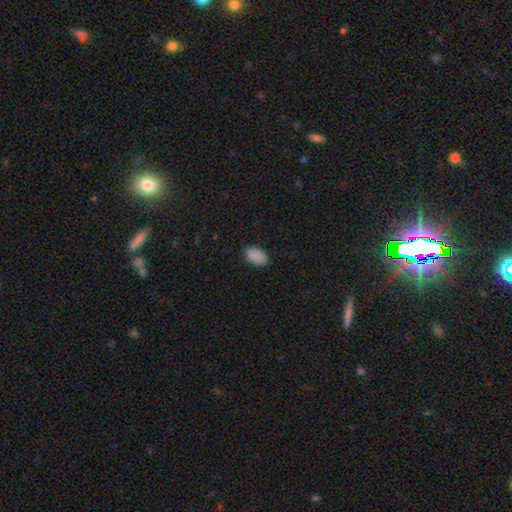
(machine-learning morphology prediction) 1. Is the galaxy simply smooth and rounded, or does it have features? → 89% smooth, 8% star or artifact, 3% featured or disk.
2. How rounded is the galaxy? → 93% in between, 6% round, 1% cigar-shaped.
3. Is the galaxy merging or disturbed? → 87% none, 10% minor disturbance, 2% major disturbance, 1% merger.